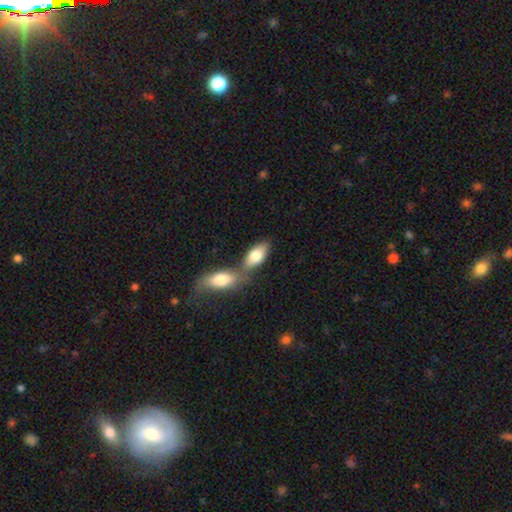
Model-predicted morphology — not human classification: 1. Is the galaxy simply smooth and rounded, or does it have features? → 79% smooth, 16% featured or disk, 6% star or artifact.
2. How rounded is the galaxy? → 90% in between, 7% cigar-shaped, 4% round.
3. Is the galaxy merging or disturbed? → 54% merger, 34% none, 9% minor disturbance, 4% major disturbance.